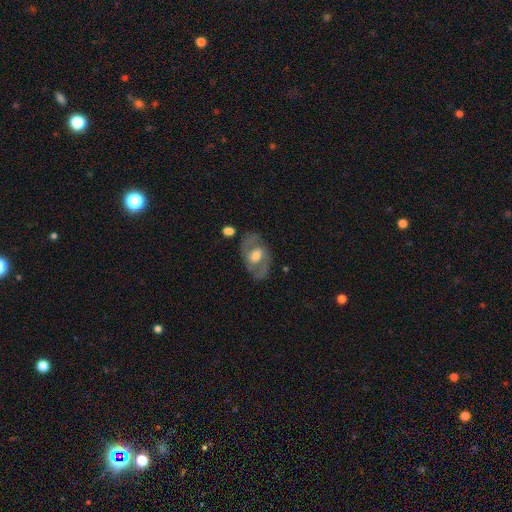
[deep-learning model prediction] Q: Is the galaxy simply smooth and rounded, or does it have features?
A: featured or disk — 67%.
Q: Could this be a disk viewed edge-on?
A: no — 94%.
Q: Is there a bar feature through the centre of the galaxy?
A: weak — 44%.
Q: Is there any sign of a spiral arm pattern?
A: yes — 70%.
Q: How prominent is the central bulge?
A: moderate — 62%.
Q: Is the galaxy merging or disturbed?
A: none — 74%.